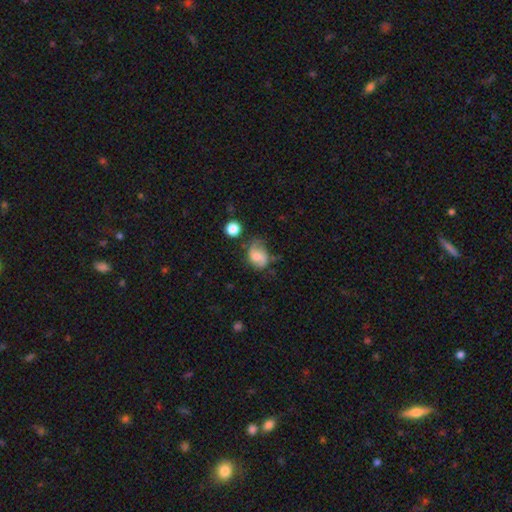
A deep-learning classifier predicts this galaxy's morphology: A smooth galaxy with no disk features (56%) that is in between round and cigar-shaped (64%).

Vote fractions:
- Smooth or featured? smooth: 56% / featured or disk: 33% / star or artifact: 10%
- How rounded? in between: 64% / round: 34% / cigar-shaped: 1%
- Merging? none: 47% / minor disturbance: 33% / major disturbance: 15% / merger: 6%